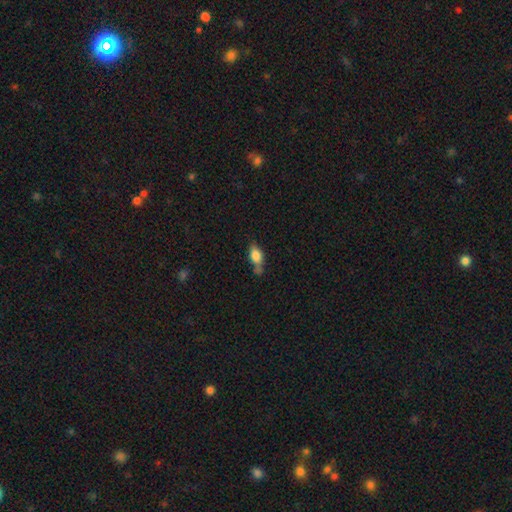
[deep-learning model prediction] smooth 76%, featured or disk 15%, star or artifact 9%. Down the decision tree: how rounded — in between (82%); merging — none (47%).